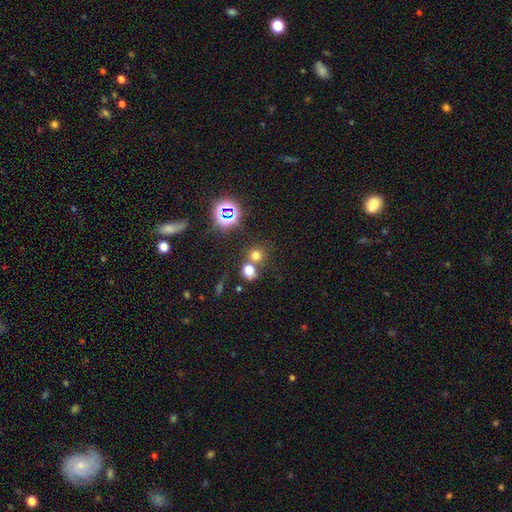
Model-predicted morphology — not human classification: A smooth galaxy with no disk features (64%) that is round (85%). Merging: none (60%).